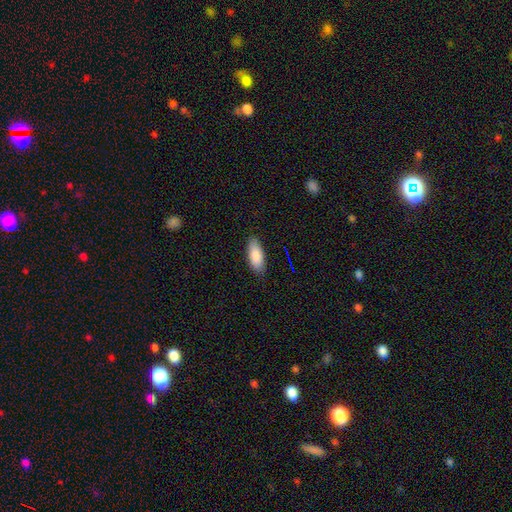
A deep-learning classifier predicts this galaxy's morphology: Smooth or featured? Predicted: smooth (p=0.87). How rounded? Predicted: in between (p=0.81). Merging? Predicted: none (p=0.84).